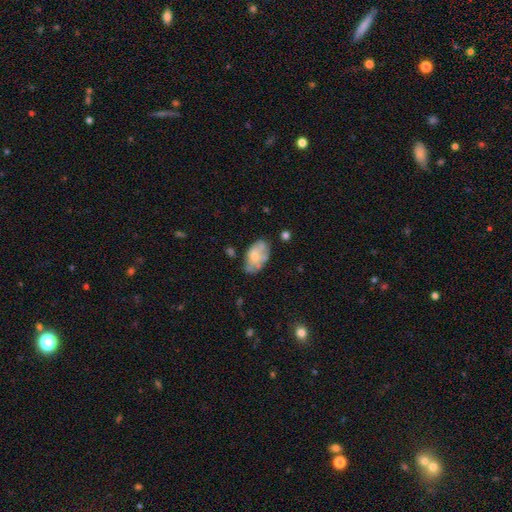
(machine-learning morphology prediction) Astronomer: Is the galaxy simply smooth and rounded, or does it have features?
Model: smooth — 58% (runner-up: featured or disk, 34%).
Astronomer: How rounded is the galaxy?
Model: in between — 92%.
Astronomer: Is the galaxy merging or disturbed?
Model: none — 51% (runner-up: minor disturbance, 30%).